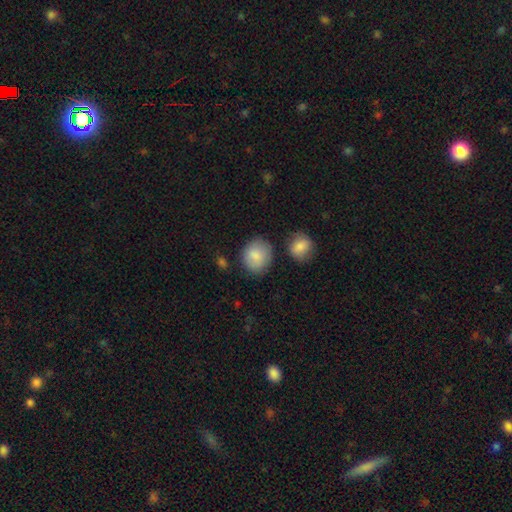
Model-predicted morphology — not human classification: Smooth or featured? smooth (87%)
How rounded? round (74%)
Merging? none (76%)